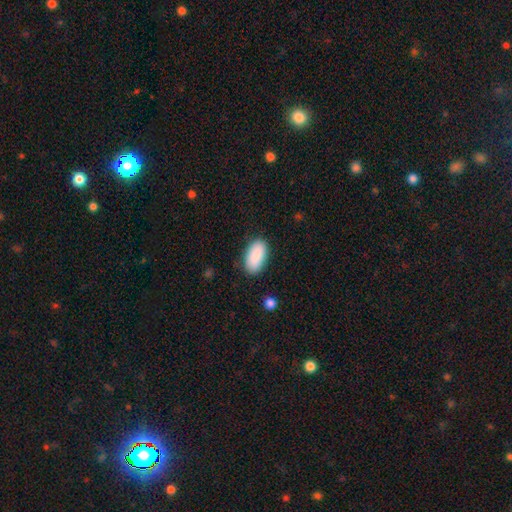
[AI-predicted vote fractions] Smooth or featured? Predicted: smooth (p=0.90). How rounded? Predicted: in between (p=0.94). Merging? Predicted: none (p=0.85).